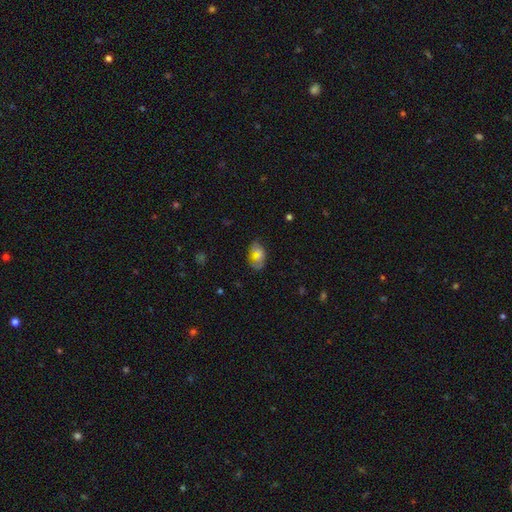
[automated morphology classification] Q: Smooth or featured?
A: smooth (62%); runner-up: featured or disk (22%)
Q: How rounded?
A: in between (89%); runner-up: round (9%)
Q: Merging?
A: none (69%); runner-up: minor disturbance (21%)